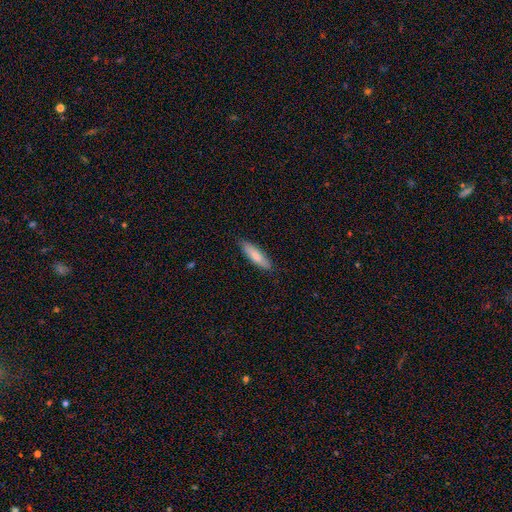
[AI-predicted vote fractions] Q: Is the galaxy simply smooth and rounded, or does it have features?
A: smooth — 79%.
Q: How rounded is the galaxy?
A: cigar-shaped — 68%.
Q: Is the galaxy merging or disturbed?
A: none — 85%.